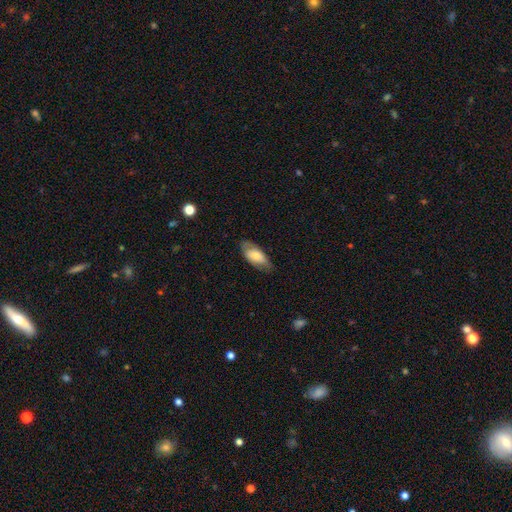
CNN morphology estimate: Smooth or featured?
  - smooth: 64% *
  - featured or disk: 29%
  - star or artifact: 6%
How rounded?
  - in between: 88% *
  - cigar-shaped: 9%
  - round: 3%
Merging?
  - none: 72% *
  - minor disturbance: 21%
  - major disturbance: 6%
  - merger: 1%